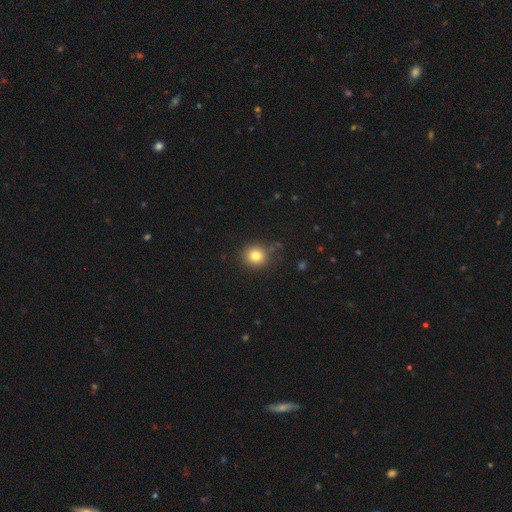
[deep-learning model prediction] smooth-or-featured: smooth: 81% | star or artifact: 12% | featured or disk: 7%
  how-rounded: round: 88% | in between: 11% | cigar-shaped: 1%
  merging: none: 84% | minor disturbance: 10% | major disturbance: 3% | merger: 2%